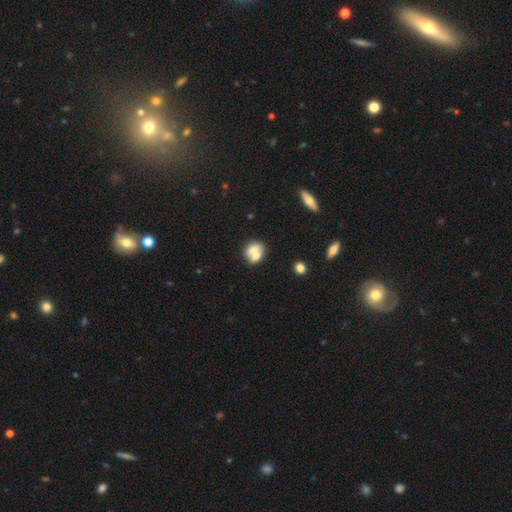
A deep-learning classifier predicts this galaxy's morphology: Smooth or featured: smooth — 65% (featured or disk — 25%)
How rounded: round — 62% (in between — 37%)
Merging: merger — 54% (none — 33%)